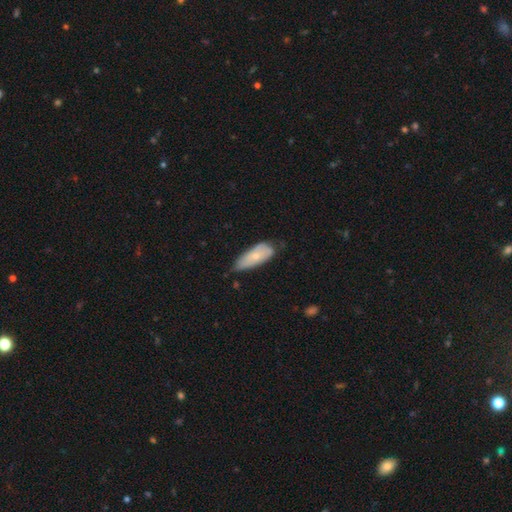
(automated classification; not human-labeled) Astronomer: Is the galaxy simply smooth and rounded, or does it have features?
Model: smooth — 67%.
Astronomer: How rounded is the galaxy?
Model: in between — 80%.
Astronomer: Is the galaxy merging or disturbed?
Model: none — 44%, tied with minor disturbance at 44%.